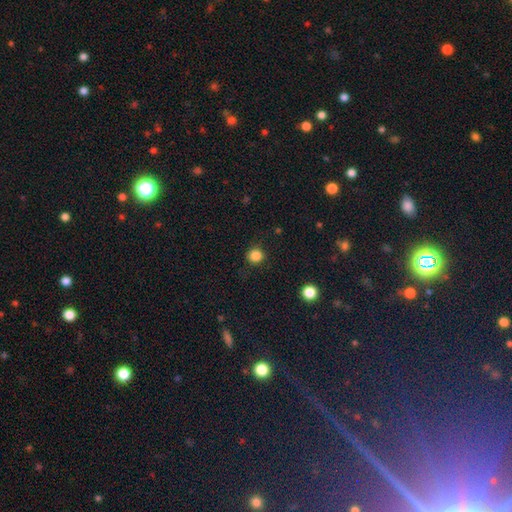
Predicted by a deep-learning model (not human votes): Smooth or featured: smooth — 84% (star or artifact — 13%)
How rounded: round — 91% (in between — 8%)
Merging: none — 86% (minor disturbance — 10%)